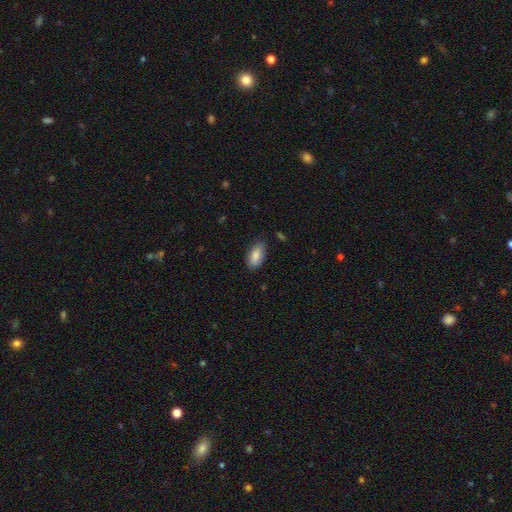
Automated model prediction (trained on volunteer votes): Smooth or featured?
  - smooth: 86% *
  - featured or disk: 8%
  - star or artifact: 6%
How rounded?
  - in between: 92% *
  - cigar-shaped: 5%
  - round: 3%
Merging?
  - none: 79% *
  - minor disturbance: 17%
  - major disturbance: 3%
  - merger: 1%